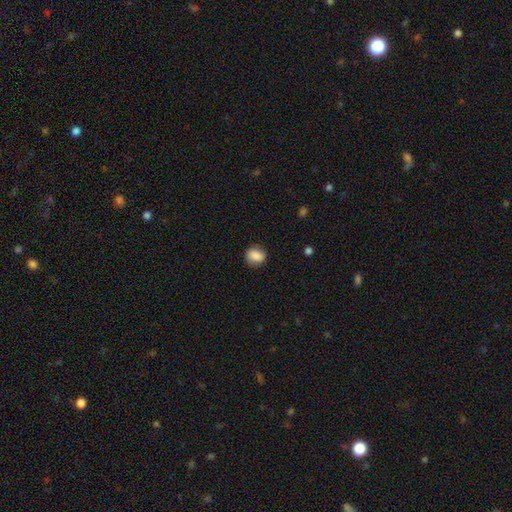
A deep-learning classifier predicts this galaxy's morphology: Smooth or featured? Predicted: smooth (p=0.84). How rounded? Predicted: round (p=0.60). Merging? Predicted: none (p=0.79).